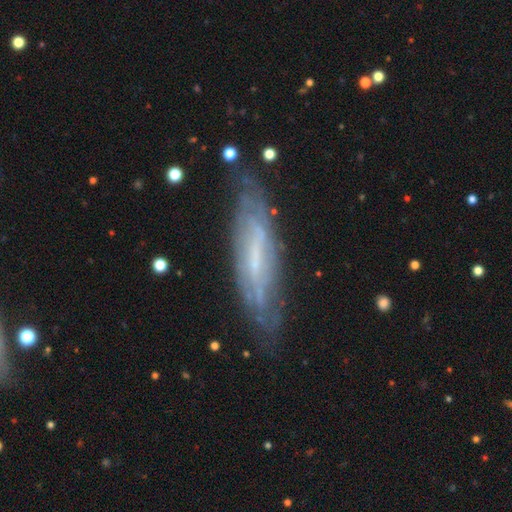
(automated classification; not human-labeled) featured or disk 68%, smooth 24%, star or artifact 8%. Down the decision tree: edge-on disk — no (55%); merging — none (74%).